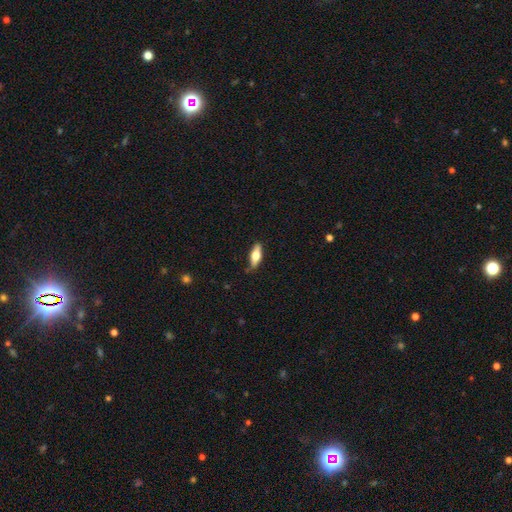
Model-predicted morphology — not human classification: Smooth or featured? smooth (54%)
How rounded? in between (62%)
Merging? none (82%)